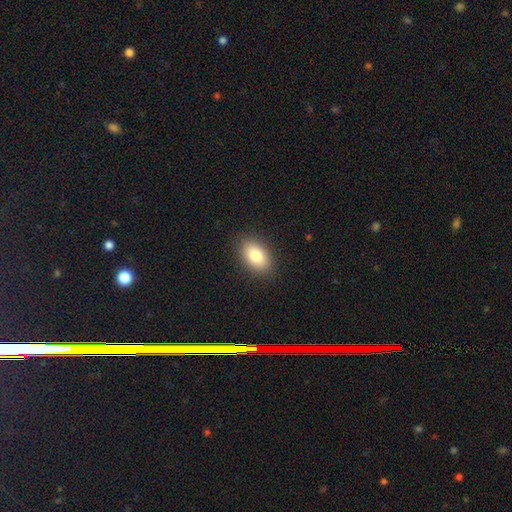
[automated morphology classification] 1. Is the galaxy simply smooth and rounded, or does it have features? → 82% smooth, 10% featured or disk, 8% star or artifact.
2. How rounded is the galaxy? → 89% in between, 10% round, 1% cigar-shaped.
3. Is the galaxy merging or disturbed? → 89% none, 8% minor disturbance, 2% major disturbance, 1% merger.